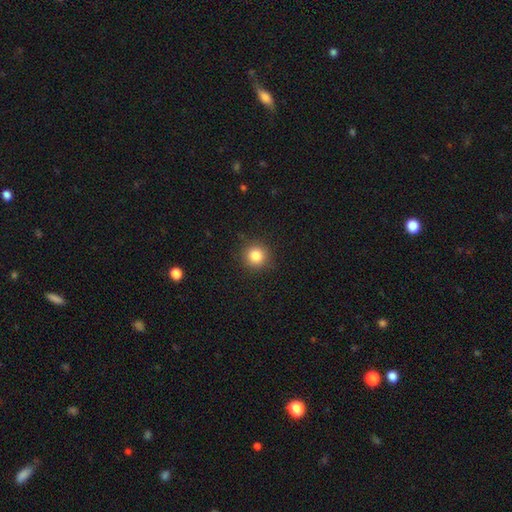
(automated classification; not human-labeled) A smooth galaxy with no disk features (84%) that is round (93%). Merging: none (89%).